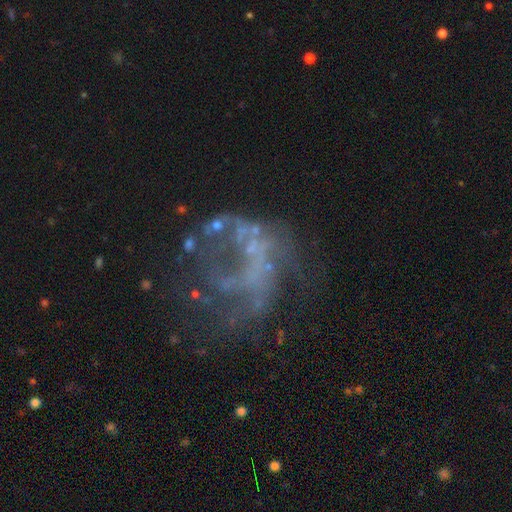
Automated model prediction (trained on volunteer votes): A featured or disk galaxy (66%) with no bar (87%), no spiral arms (75%) and no central bulge (80%).

Vote fractions:
- Smooth or featured? featured or disk: 66% / star or artifact: 21% / smooth: 14%
- Edge-on disk? no: 98% / yes: 2%
- Bar? no: 87% / weak: 9% / strong: 3%
- Spiral arms? no: 75% / yes: 25%
- Bulge size? none: 80% / small: 13% / moderate: 4% / large: 1% / dominant: 1%
- Merging? none: 42% / major disturbance: 36% / minor disturbance: 15% / merger: 6%